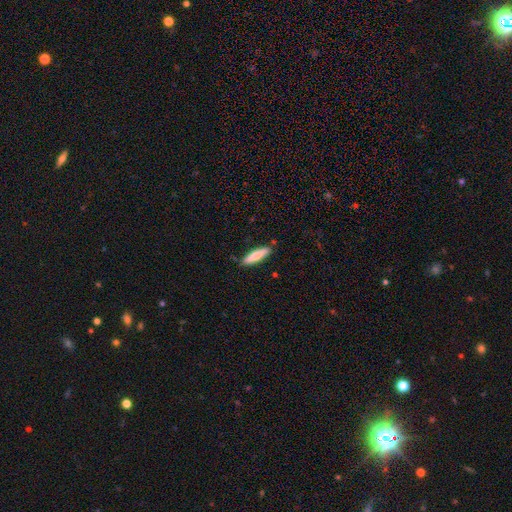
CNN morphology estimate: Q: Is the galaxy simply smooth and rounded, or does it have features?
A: smooth — 75%.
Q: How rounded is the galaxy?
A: cigar-shaped — 77%.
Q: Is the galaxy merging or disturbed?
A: none — 84%.